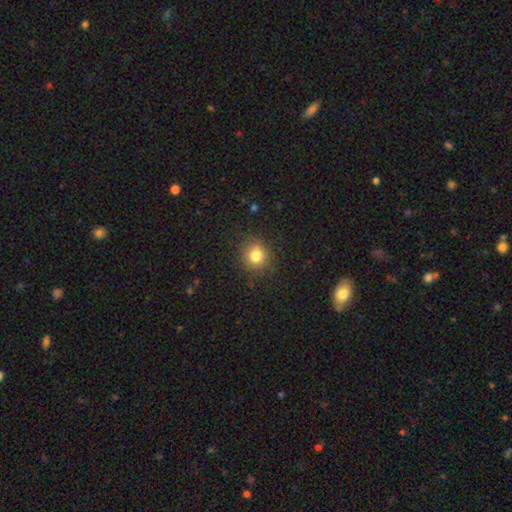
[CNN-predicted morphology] Smooth or featured?
  - smooth: 80% *
  - star or artifact: 13%
  - featured or disk: 7%
How rounded?
  - round: 89% *
  - in between: 10%
  - cigar-shaped: 1%
Merging?
  - none: 86% *
  - minor disturbance: 10%
  - major disturbance: 3%
  - merger: 1%